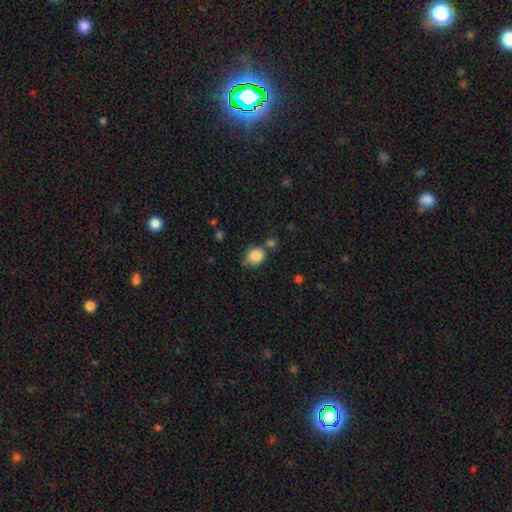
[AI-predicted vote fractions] smooth 85%, star or artifact 9%, featured or disk 6%. Down the decision tree: how rounded — round (63%); merging — none (58%).